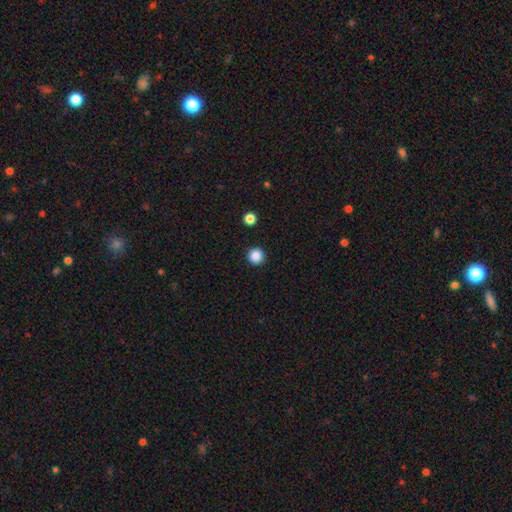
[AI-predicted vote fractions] Smooth or featured? Predicted: smooth (p=0.86). How rounded? Predicted: round (p=0.96). Merging? Predicted: none (p=0.93).